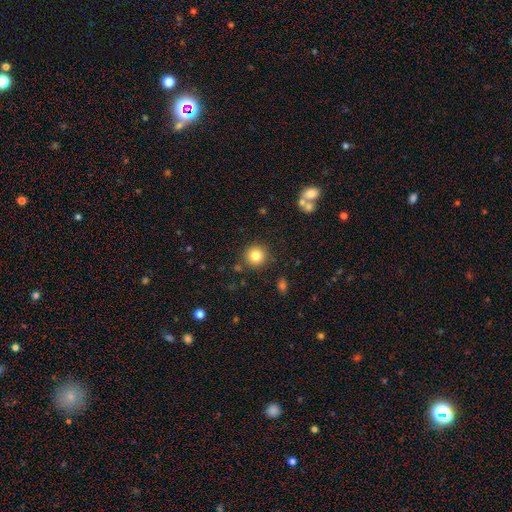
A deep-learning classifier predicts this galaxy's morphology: A smooth galaxy with no disk features (82%) that is round (94%).

Vote fractions:
- Smooth or featured? smooth: 82% / star or artifact: 11% / featured or disk: 7%
- How rounded? round: 94% / in between: 5% / cigar-shaped: 1%
- Merging? none: 87% / minor disturbance: 7% / merger: 3% / major disturbance: 2%